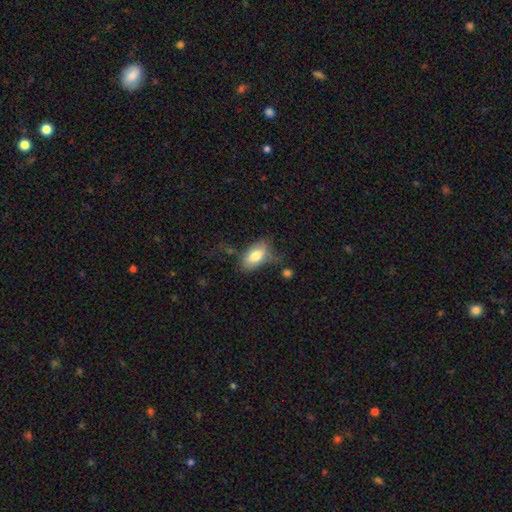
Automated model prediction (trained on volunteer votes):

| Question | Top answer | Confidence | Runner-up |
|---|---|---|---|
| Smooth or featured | smooth | 75% | featured or disk (18%) |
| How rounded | in between | 92% | round (5%) |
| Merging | none | 48% | minor disturbance (30%) |